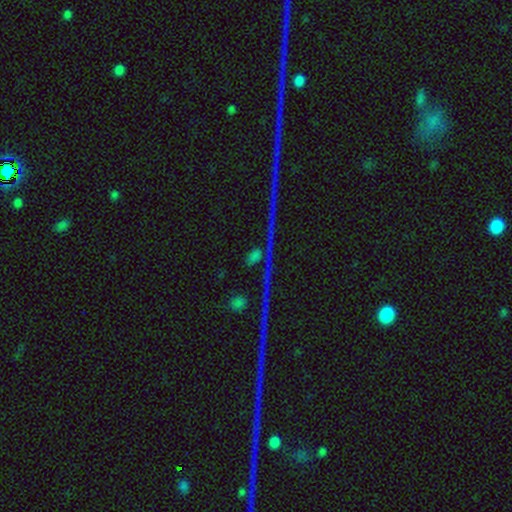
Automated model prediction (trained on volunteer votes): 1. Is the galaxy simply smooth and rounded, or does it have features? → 65% star or artifact, 20% smooth, 15% featured or disk.